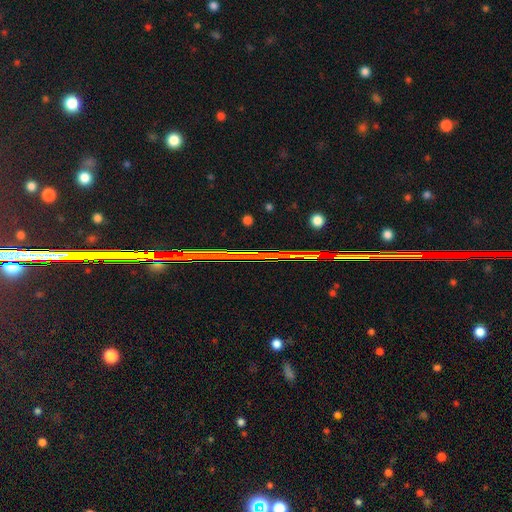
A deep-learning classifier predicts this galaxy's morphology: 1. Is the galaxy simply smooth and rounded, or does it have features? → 77% star or artifact, 14% featured or disk, 9% smooth.